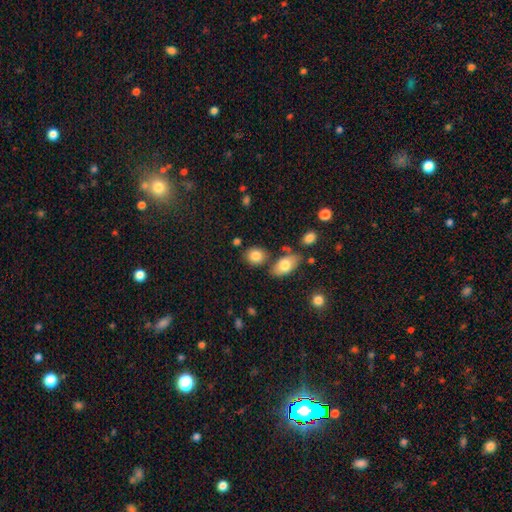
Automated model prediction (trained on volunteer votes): Overall: smooth (84%). How rounded: round (62%; in between 36%). Merging: none (75%).